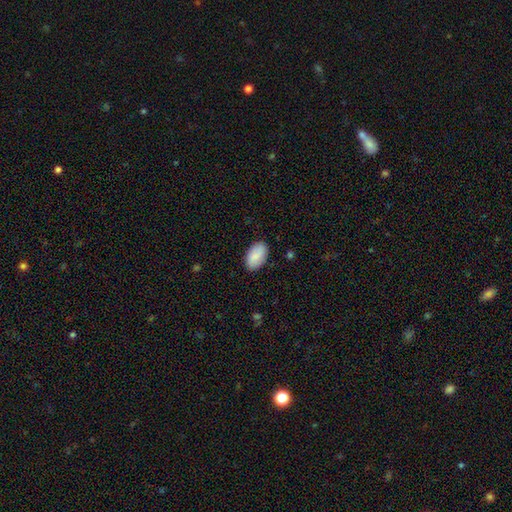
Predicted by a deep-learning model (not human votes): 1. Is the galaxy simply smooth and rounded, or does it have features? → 87% smooth, 7% featured or disk, 6% star or artifact.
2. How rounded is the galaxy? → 94% in between, 4% round, 1% cigar-shaped.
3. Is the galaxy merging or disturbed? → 87% none, 10% minor disturbance, 2% major disturbance, 1% merger.